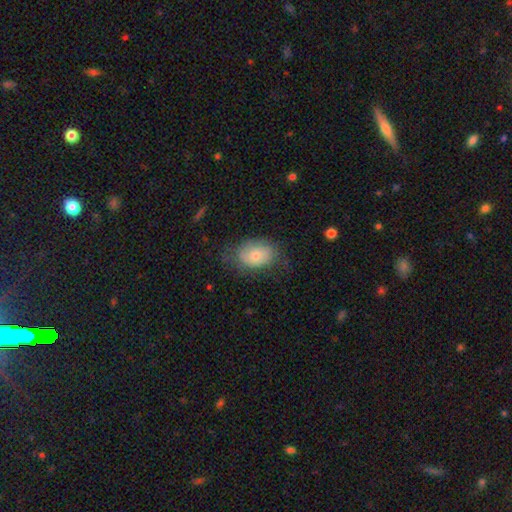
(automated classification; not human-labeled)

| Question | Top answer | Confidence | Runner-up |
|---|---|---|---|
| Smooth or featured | smooth | 67% | featured or disk (25%) |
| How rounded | in between | 83% | round (16%) |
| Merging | none | 62% | minor disturbance (26%) |